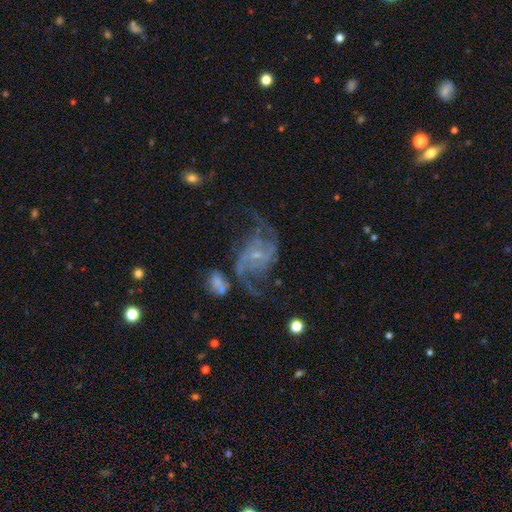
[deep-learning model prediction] Smooth or featured? Predicted: featured or disk (p=0.87). Edge-on disk? Predicted: no (p=0.97). Bar? Predicted: weak (p=0.44). Spiral arms? Predicted: yes (p=0.95). Spiral winding? Predicted: loose (p=0.53). Spiral arm count? Predicted: 2 (p=0.85). Bulge size? Predicted: small (p=0.72). Merging? Predicted: none (p=0.48).